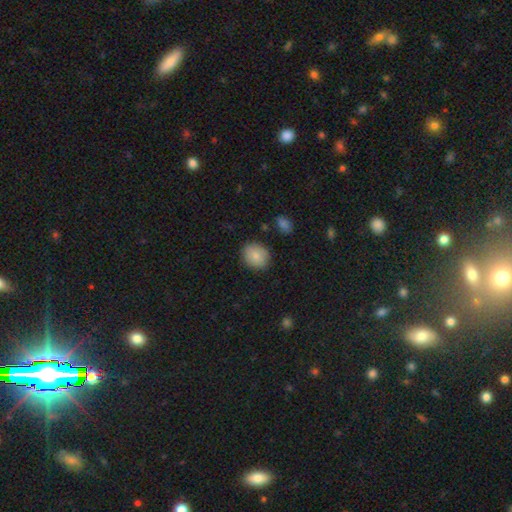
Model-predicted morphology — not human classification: This is clearly a smooth galaxy (82%). How rounded: likely round (67%). Merging: clearly none (86%).